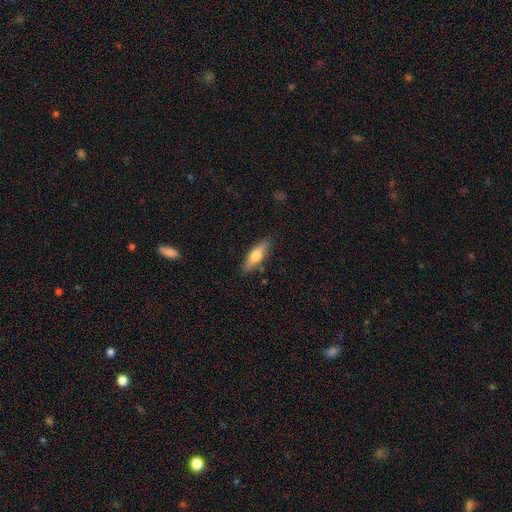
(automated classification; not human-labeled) A smooth galaxy with no disk features (64%) that is cigar-shaped (50%). Merging: none (85%).